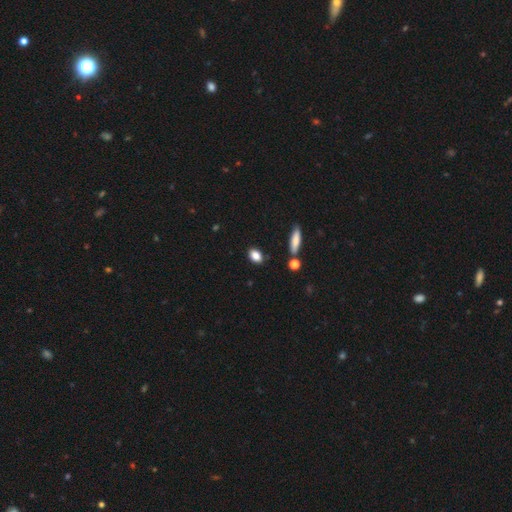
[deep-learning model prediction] Q: Smooth or featured?
A: smooth (85%); runner-up: star or artifact (8%)
Q: How rounded?
A: in between (79%); runner-up: round (16%)
Q: Merging?
A: none (84%); runner-up: minor disturbance (10%)